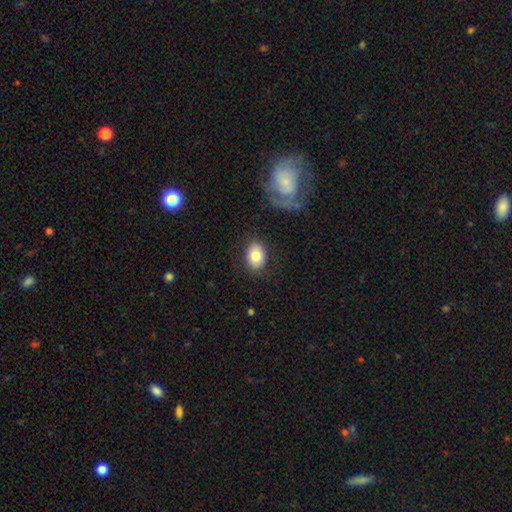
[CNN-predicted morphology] smooth 81%, featured or disk 12%, star or artifact 7%. Down the decision tree: how rounded — in between (69%); merging — none (84%).